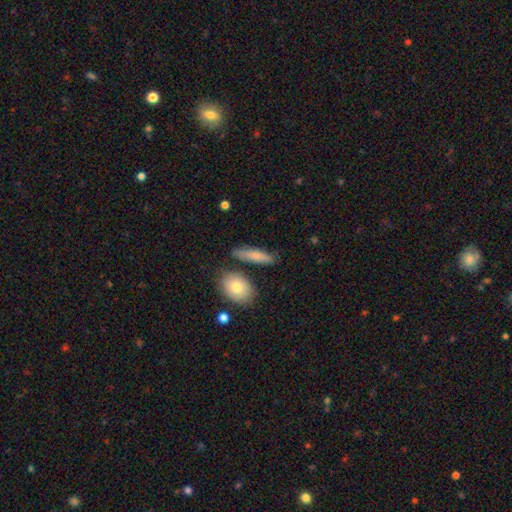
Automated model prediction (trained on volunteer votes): smooth_or_featured: smooth (p=0.75) [alt: featured or disk p=0.19]
how_rounded: cigar-shaped (p=0.58) [alt: in between p=0.36]
merging: none (p=0.77) [alt: minor disturbance p=0.13]